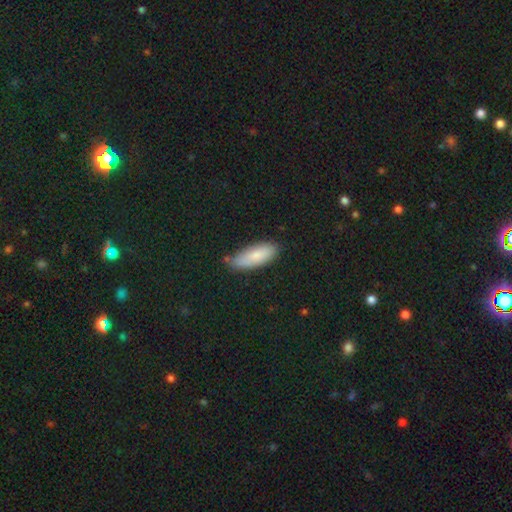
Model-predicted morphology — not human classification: Smooth or featured? Predicted: smooth (p=0.82). How rounded? Predicted: in between (p=0.70). Merging? Predicted: none (p=0.72).